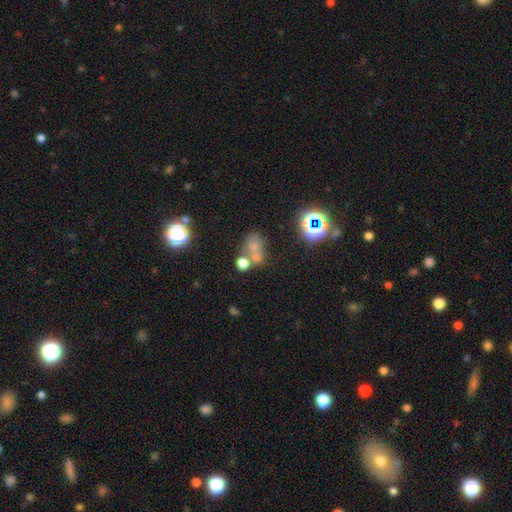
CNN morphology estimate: Overall: smooth (49%; star or artifact 34%). Merging: merger (42%; none 41%).